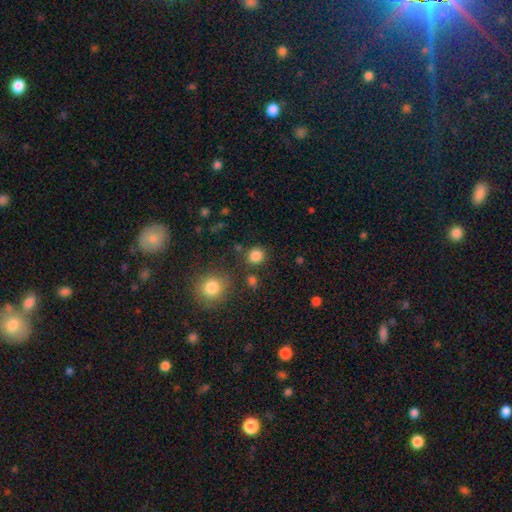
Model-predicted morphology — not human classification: Overall: smooth (84%). How rounded: round (87%). Merging: none (83%).